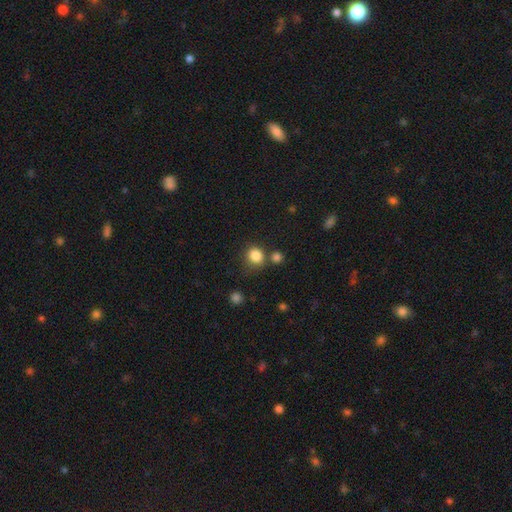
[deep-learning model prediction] smooth_or_featured: smooth (p=0.84) [alt: star or artifact p=0.11]
how_rounded: round (p=0.81) [alt: in between p=0.18]
merging: none (p=0.67) [alt: merger p=0.16]